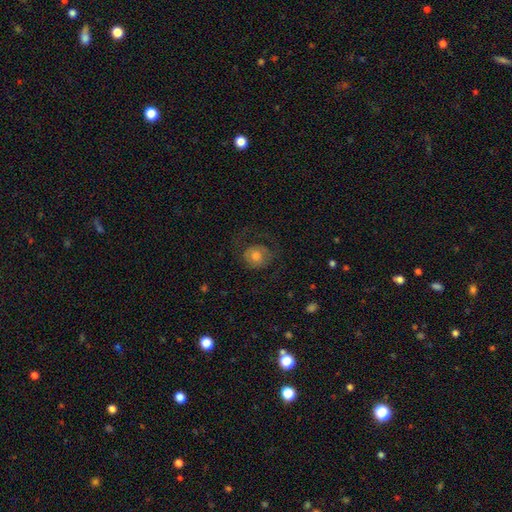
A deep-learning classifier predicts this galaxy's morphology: Smooth or featured? Predicted: smooth (p=0.50). How rounded? Predicted: round (p=0.78). Merging? Predicted: none (p=0.60).